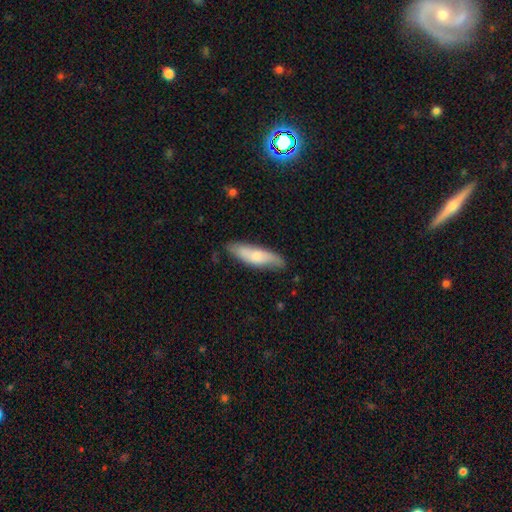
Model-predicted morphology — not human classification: smooth_or_featured: smooth (p=0.64) [alt: featured or disk p=0.31]
how_rounded: cigar-shaped (p=0.55) [alt: in between p=0.43]
merging: none (p=0.74) [alt: minor disturbance p=0.20]